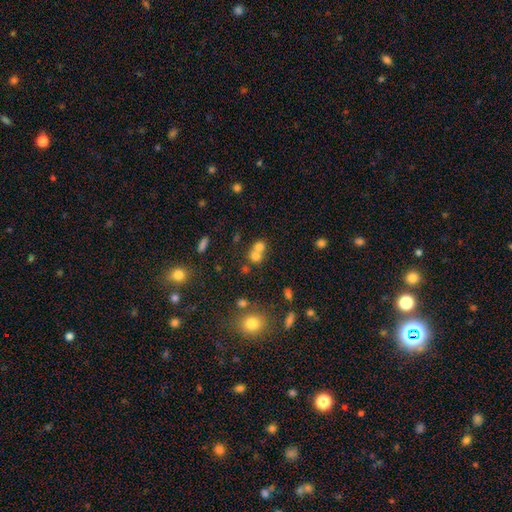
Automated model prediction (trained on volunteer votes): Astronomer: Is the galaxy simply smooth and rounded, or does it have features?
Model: smooth — 70%.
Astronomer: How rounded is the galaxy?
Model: round — 77%.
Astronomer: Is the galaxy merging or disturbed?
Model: merger — 60%.